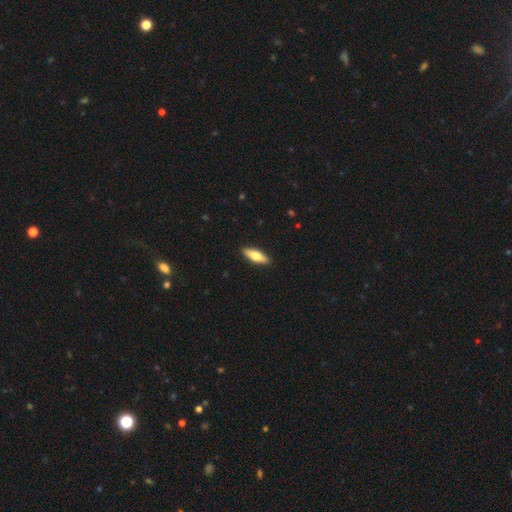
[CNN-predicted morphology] smooth 64%, featured or disk 30%, star or artifact 5%. Down the decision tree: how rounded — cigar-shaped (49%, tied with in between); merging — none (91%).